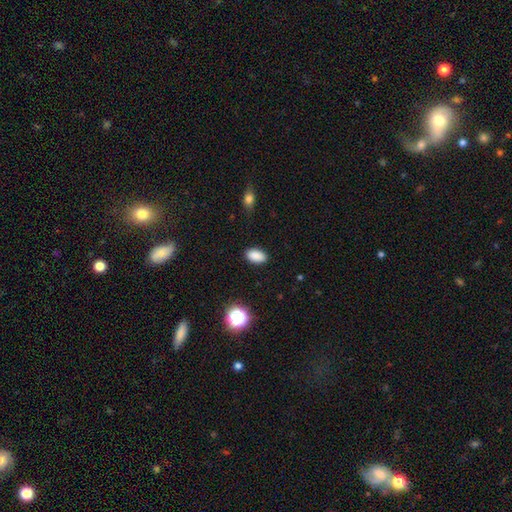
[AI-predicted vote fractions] This appears to be a smooth galaxy with no disk features (87%) that is in between round and cigar-shaped (92%). Merging: none (87%).